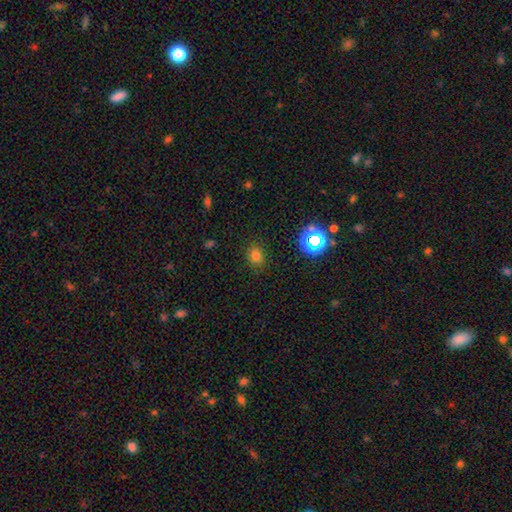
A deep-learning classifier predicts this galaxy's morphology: This is likely a smooth galaxy (74%). How rounded: possibly round (59%). Merging: clearly none (86%).